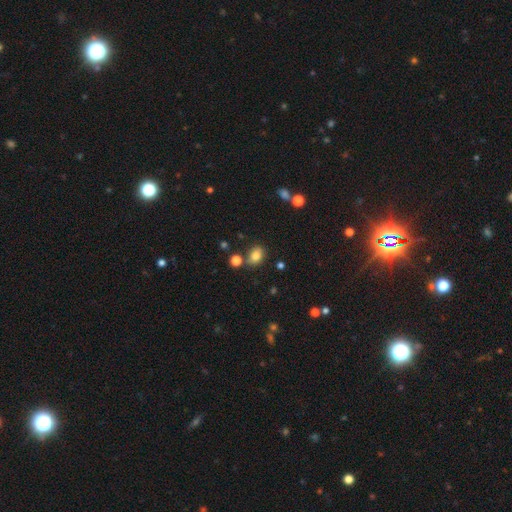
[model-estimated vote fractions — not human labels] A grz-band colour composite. It shows a smooth galaxy with no disk features (80%) that is in between round and cigar-shaped (62%). Merging: none (74%).